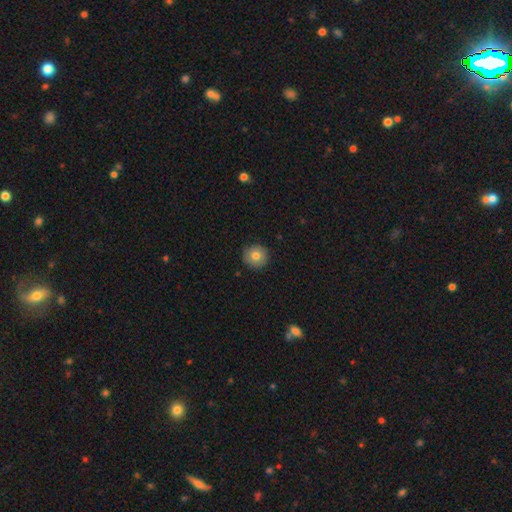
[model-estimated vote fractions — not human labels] This is likely a smooth galaxy (79%). How rounded: clearly round (94%). Merging: clearly none (91%).